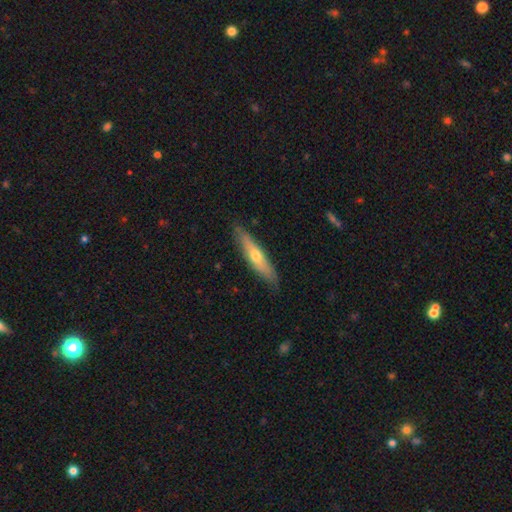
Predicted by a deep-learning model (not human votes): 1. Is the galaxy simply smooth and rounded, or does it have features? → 50% featured or disk, 44% smooth, 6% star or artifact.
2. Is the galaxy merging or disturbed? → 85% none, 12% minor disturbance, 2% major disturbance, 1% merger.